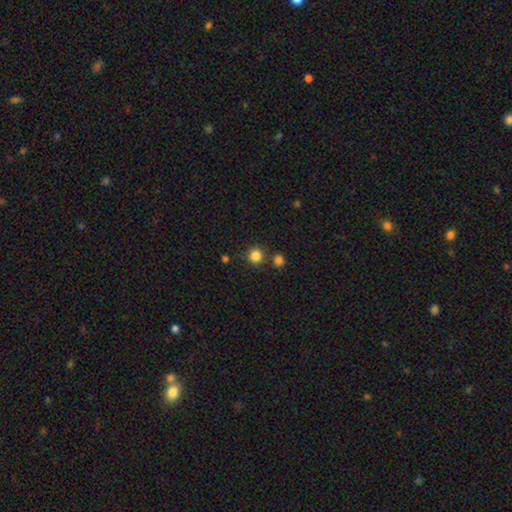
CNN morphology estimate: smooth-or-featured: smooth: 84% | star or artifact: 12% | featured or disk: 4%
  how-rounded: round: 94% | in between: 6% | cigar-shaped: 1%
  merging: none: 82% | merger: 9% | minor disturbance: 7% | major disturbance: 3%